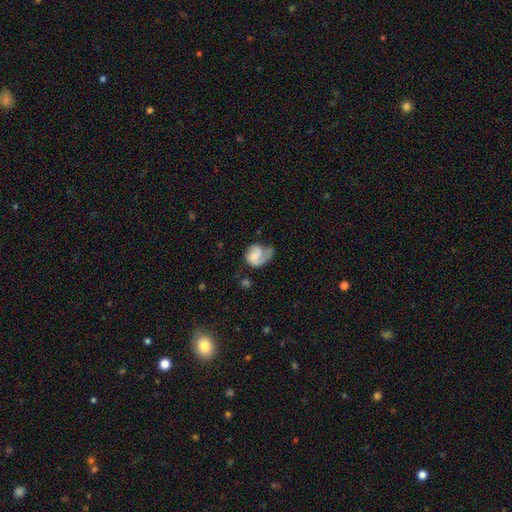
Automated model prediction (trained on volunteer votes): Morphology: type=featured or disk (65%); edge-on=no (98%); bar=no (55%); spiral arms=yes (89%); winding=medium (41%); arm count=1 (51%); bulge=none (42%); merging=none (36%).